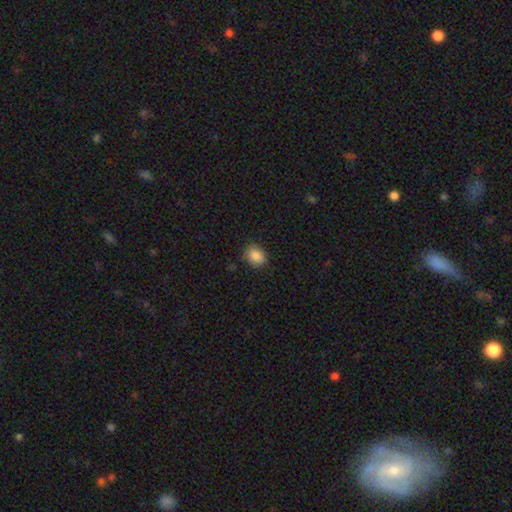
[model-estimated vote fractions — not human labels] Smooth or featured? smooth (87%)
How rounded? round (55%)
Merging? none (82%)